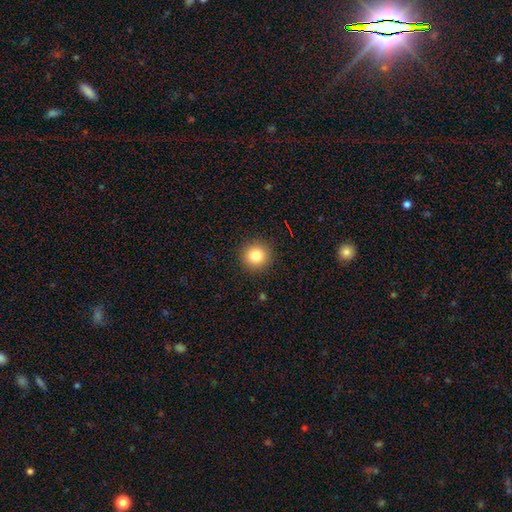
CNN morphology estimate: smooth 83%, star or artifact 11%, featured or disk 6%. Down the decision tree: how rounded — round (94%); merging — none (91%).